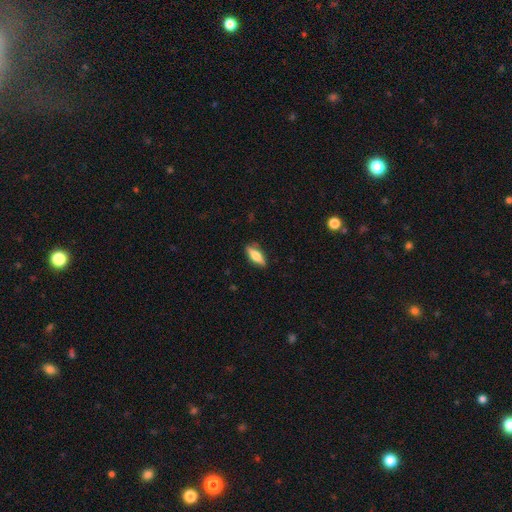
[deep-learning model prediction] This is possibly a smooth galaxy (58%). How rounded: possibly in between (59%). Merging: clearly none (85%).